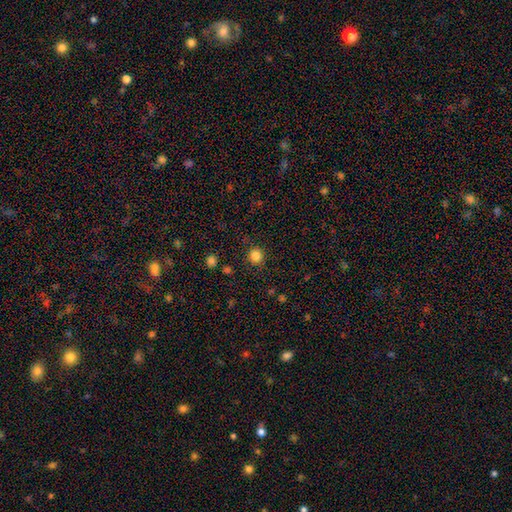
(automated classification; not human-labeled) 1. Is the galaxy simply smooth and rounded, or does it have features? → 84% smooth, 12% star or artifact, 4% featured or disk.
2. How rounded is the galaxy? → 93% round, 6% in between, 1% cigar-shaped.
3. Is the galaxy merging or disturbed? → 89% none, 7% minor disturbance, 3% major disturbance, 1% merger.